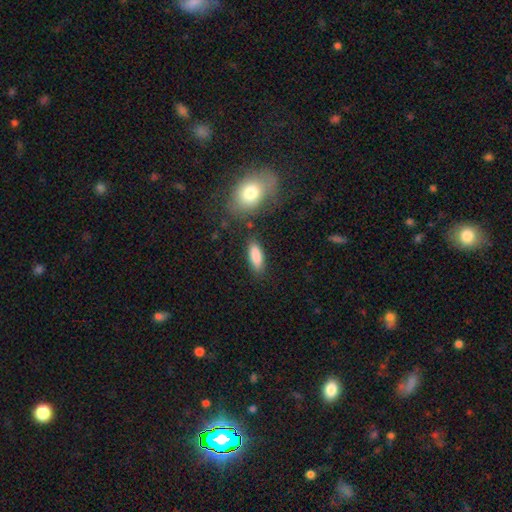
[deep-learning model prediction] Smooth or featured? smooth (86%)
How rounded? in between (67%)
Merging? none (80%)